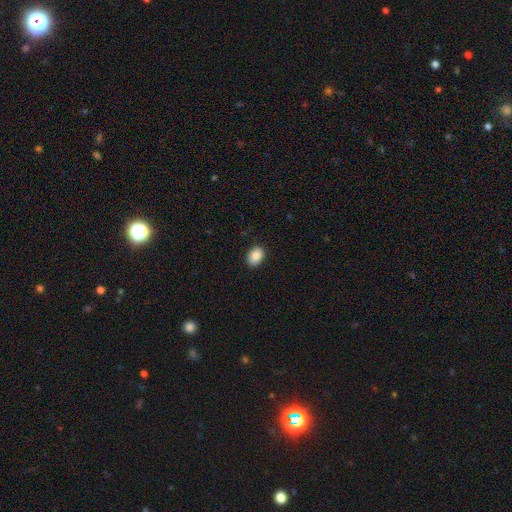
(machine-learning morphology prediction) smooth_or_featured: smooth (p=0.89) [alt: star or artifact p=0.07]
how_rounded: in between (p=0.78) [alt: round p=0.21]
merging: none (p=0.89) [alt: minor disturbance p=0.08]